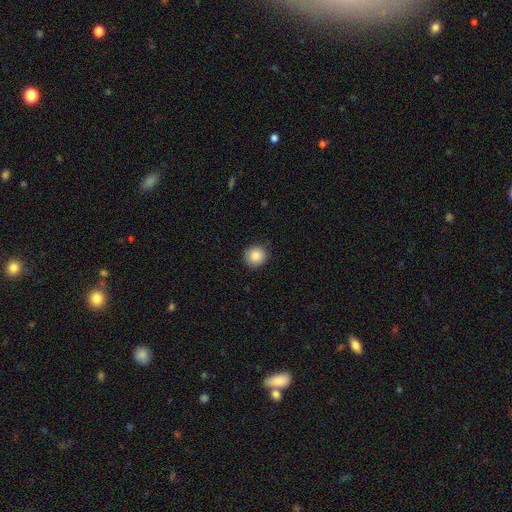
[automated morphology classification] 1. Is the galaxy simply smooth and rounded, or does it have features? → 87% smooth, 8% star or artifact, 4% featured or disk.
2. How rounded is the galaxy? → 91% round, 8% in between, 1% cigar-shaped.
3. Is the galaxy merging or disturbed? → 88% none, 9% minor disturbance, 2% major disturbance, 1% merger.